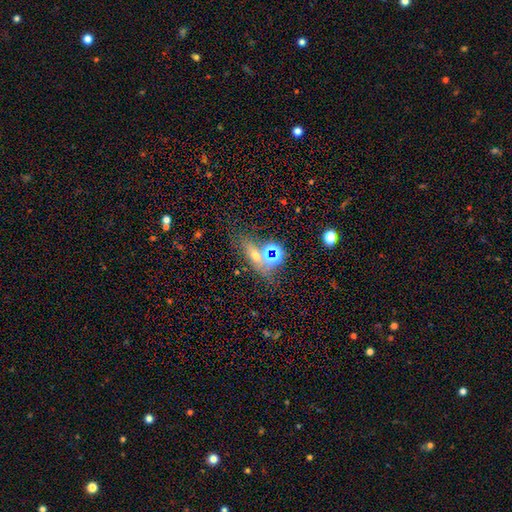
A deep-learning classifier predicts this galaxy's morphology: Smooth or featured: smooth — 41% (star or artifact — 40%)
Merging: none — 63% (merger — 17%)